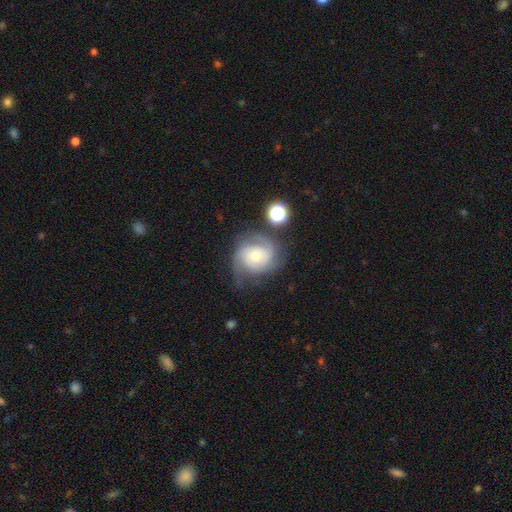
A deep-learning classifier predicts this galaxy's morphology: Q: Smooth or featured?
A: featured or disk (75%); runner-up: smooth (17%)
Q: Edge-on disk?
A: no (98%); runner-up: yes (2%)
Q: Bar?
A: no (72%); runner-up: weak (23%)
Q: Spiral arms?
A: yes (93%); runner-up: no (7%)
Q: Spiral winding?
A: tight (48%); runner-up: medium (39%)
Q: Spiral arm count?
A: 2 (39%); runner-up: 3 (25%)
Q: Bulge size?
A: small (49%); runner-up: moderate (44%)
Q: Merging?
A: none (61%); runner-up: minor disturbance (21%)